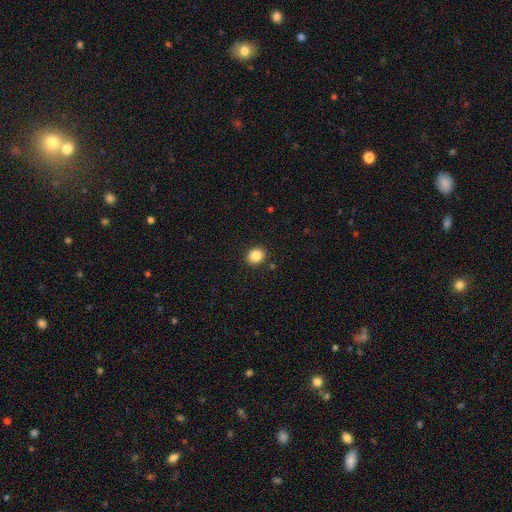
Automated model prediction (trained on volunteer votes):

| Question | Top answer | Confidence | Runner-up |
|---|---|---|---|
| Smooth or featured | smooth | 86% | star or artifact (10%) |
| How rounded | round | 68% | in between (31%) |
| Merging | none | 90% | minor disturbance (6%) |